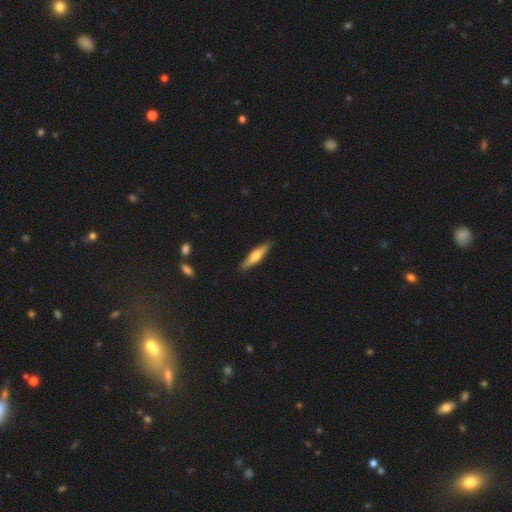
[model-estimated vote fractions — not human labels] A smooth galaxy with no disk features (52%) that is cigar-shaped (81%).

Vote fractions:
- Smooth or featured? smooth: 52% / featured or disk: 43% / star or artifact: 6%
- How rounded? cigar-shaped: 81% / in between: 17% / round: 2%
- Merging? none: 88% / minor disturbance: 9% / major disturbance: 2% / merger: 1%